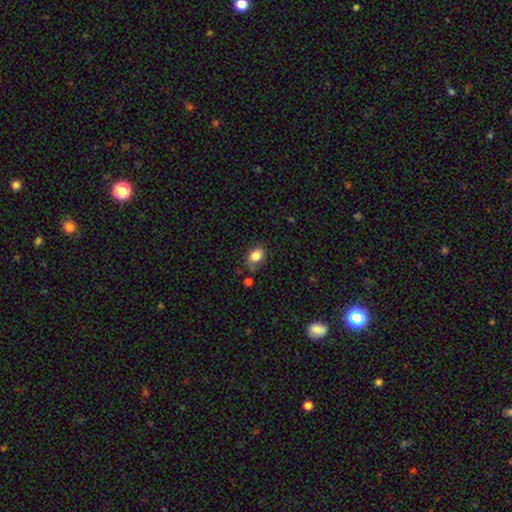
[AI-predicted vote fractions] smooth-or-featured: smooth: 84% | star or artifact: 9% | featured or disk: 6%
  how-rounded: in between: 74% | round: 25% | cigar-shaped: 1%
  merging: none: 67% | minor disturbance: 21% | merger: 7% | major disturbance: 5%